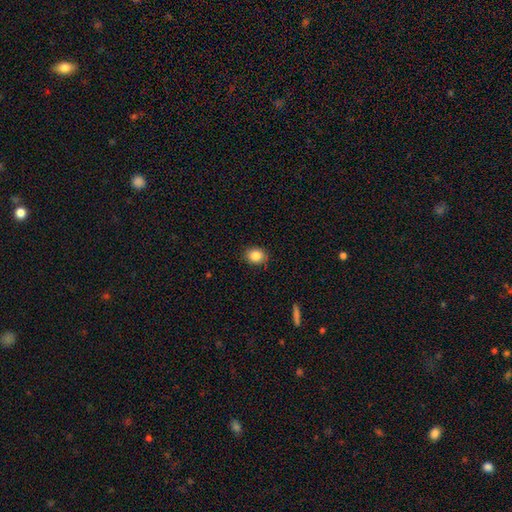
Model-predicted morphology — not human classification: Overall: smooth (85%). How rounded: round (58%; in between 41%). Merging: none (87%).